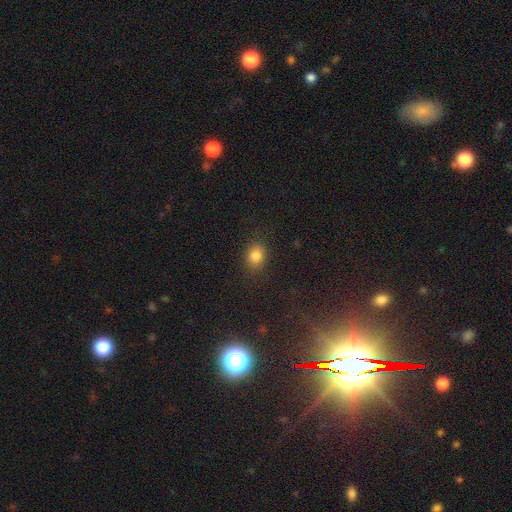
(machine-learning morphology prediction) A smooth galaxy with no disk features (83%) that is round (53%). Merging: none (86%).